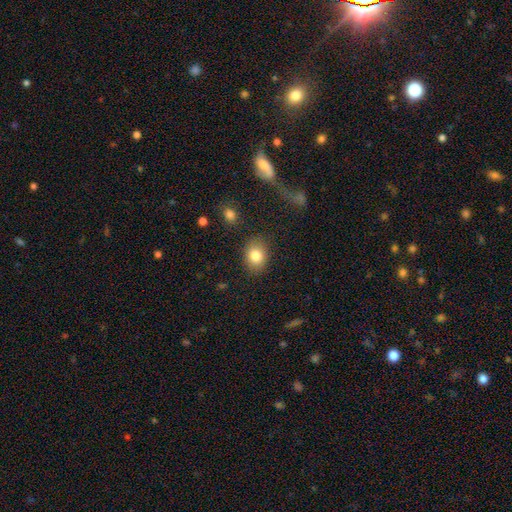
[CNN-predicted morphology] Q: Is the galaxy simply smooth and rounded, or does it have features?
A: smooth — 82%.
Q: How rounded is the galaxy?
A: in between — 60%.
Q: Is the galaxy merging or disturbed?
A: none — 84%.